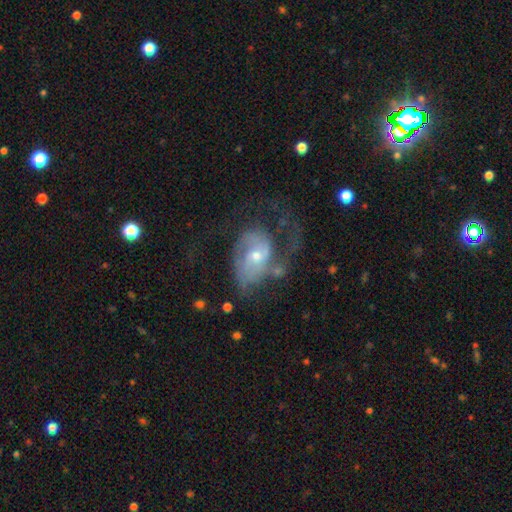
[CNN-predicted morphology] The model was most divided on "merging": major disturbance: 43%, none: 31%, minor disturbance: 19%, merger: 6%. Remaining: edge-on disk — no (97%); spiral arms — yes (85%); smooth or featured — featured or disk (77%); bar — no (60%); bulge size — small (54%); spiral winding — medium (44%); spiral arm count — 2 (41%).